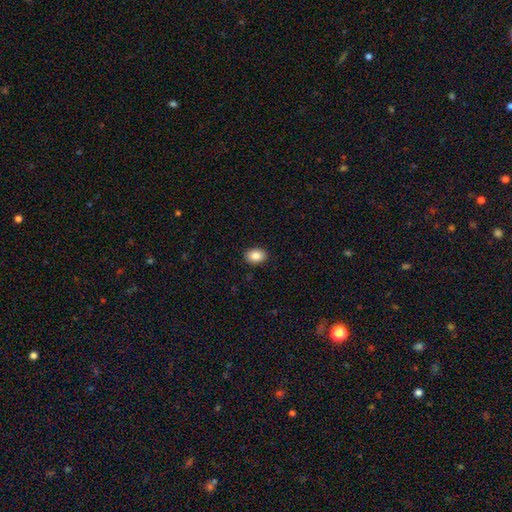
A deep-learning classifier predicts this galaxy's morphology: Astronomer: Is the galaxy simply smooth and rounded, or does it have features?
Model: smooth — 87%.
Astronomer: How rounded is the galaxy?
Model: in between — 75%.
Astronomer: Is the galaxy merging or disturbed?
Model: none — 90%.